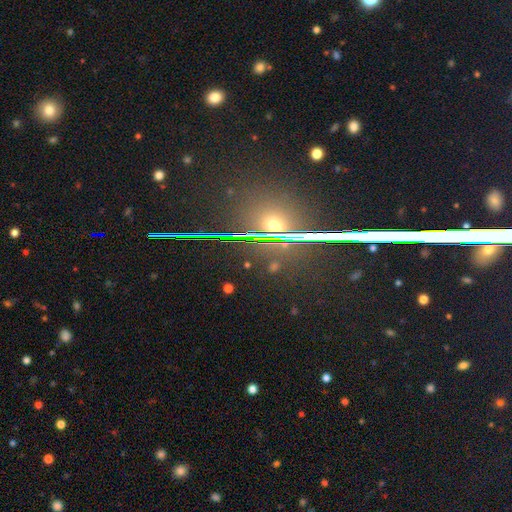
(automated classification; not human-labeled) Morphology: type=star or artifact (76%).